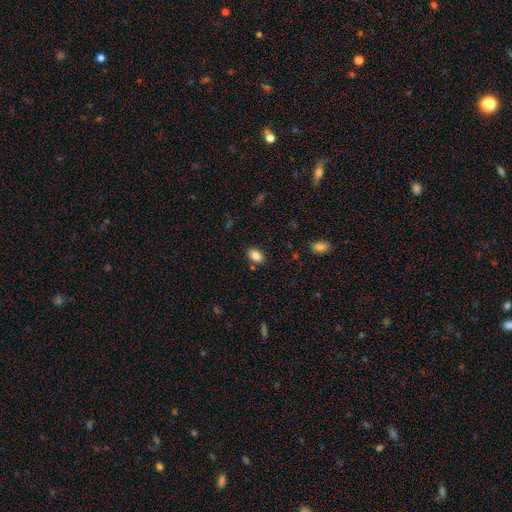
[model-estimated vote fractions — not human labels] Smooth or featured: smooth — 87% (star or artifact — 9%)
How rounded: in between — 89% (round — 9%)
Merging: none — 84% (minor disturbance — 10%)